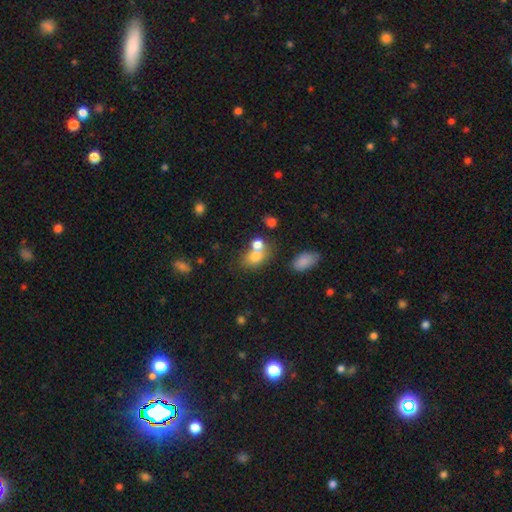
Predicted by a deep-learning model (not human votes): Overall: smooth (74%). How rounded: in between (63%; round 36%). Merging: merger (48%; none 36%).